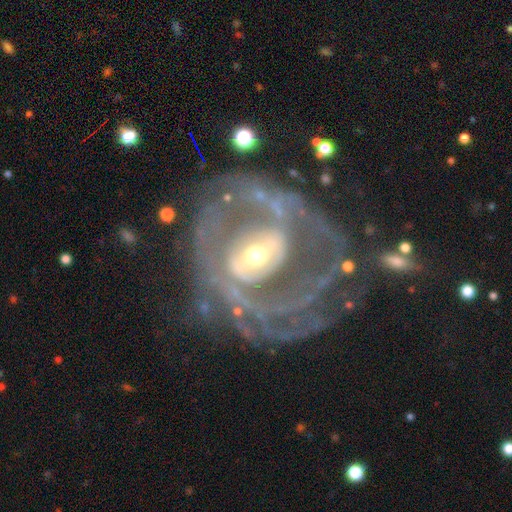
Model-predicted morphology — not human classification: A featured or disk galaxy (85%) with a weak bar (38%), tight (53%) spiral arms (76%) and a moderate central bulge (47%). Merging: none (51%).